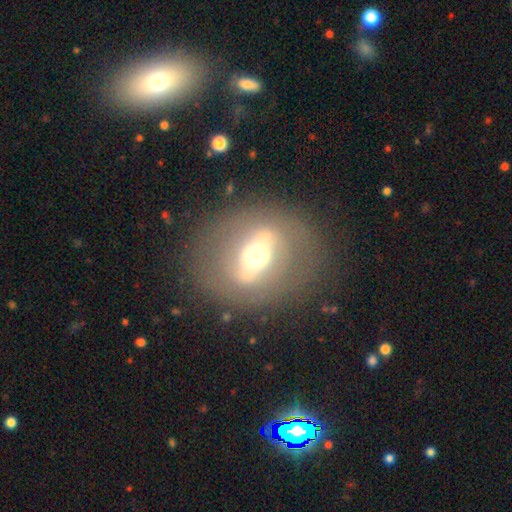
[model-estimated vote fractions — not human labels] This is likely a featured or disk galaxy (67%). It is likely not viewed edge-on (73%). Merging: clearly none (82%).